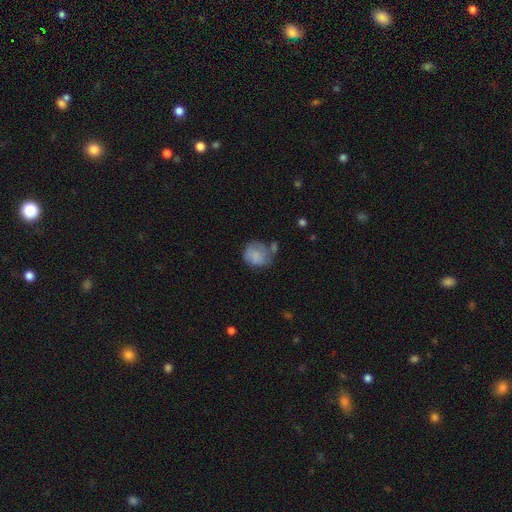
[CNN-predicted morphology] Q: Smooth or featured?
A: smooth (74%); runner-up: featured or disk (17%)
Q: How rounded?
A: round (69%); runner-up: in between (30%)
Q: Merging?
A: none (45%); runner-up: minor disturbance (27%)